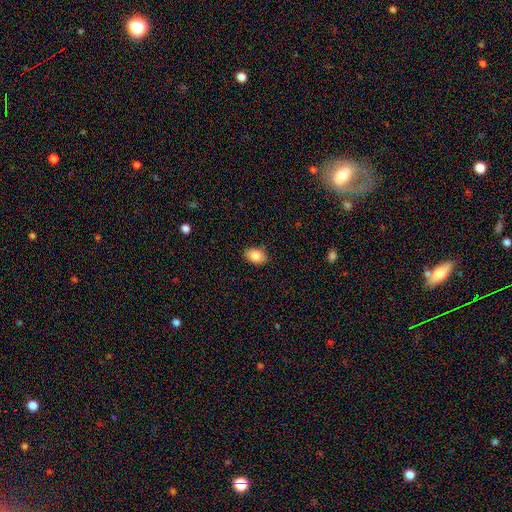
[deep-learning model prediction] Smooth or featured? smooth (85%)
How rounded? in between (86%)
Merging? none (86%)